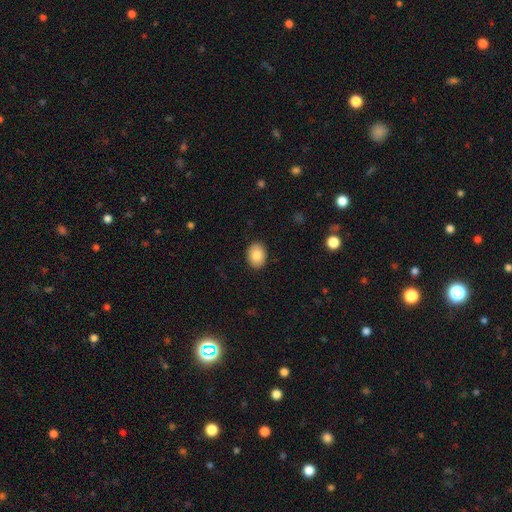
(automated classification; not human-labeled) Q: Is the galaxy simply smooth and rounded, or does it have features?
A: smooth — 85%.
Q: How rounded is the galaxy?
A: in between — 64%.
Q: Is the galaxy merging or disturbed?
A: none — 90%.